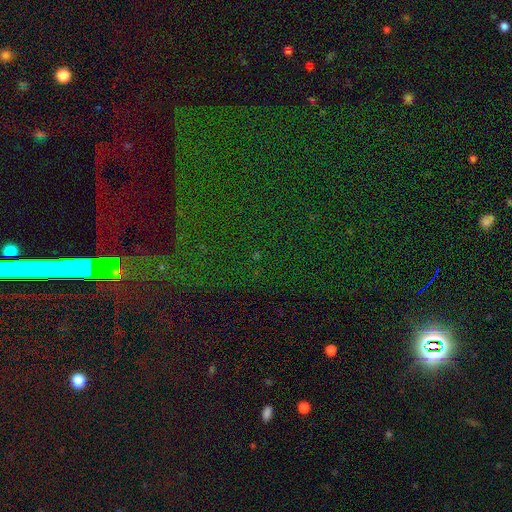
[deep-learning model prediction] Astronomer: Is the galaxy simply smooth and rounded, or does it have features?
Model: star or artifact — 81%.